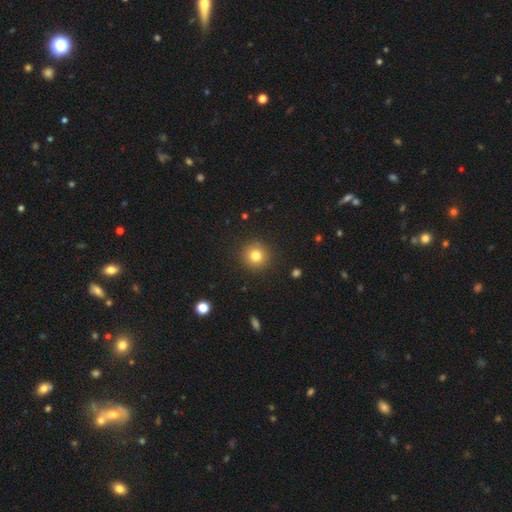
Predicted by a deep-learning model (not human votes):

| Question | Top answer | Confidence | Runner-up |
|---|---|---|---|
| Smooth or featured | smooth | 81% | star or artifact (12%) |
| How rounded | round | 94% | in between (5%) |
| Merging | none | 91% | minor disturbance (5%) |